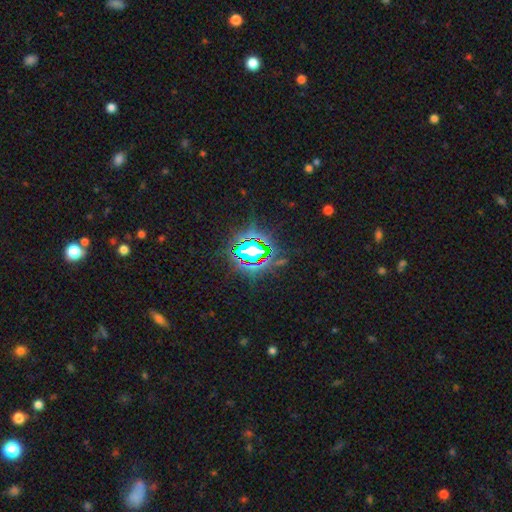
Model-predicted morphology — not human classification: The model was most divided on "smooth or featured": star or artifact: 77%, smooth: 13%, featured or disk: 10%.